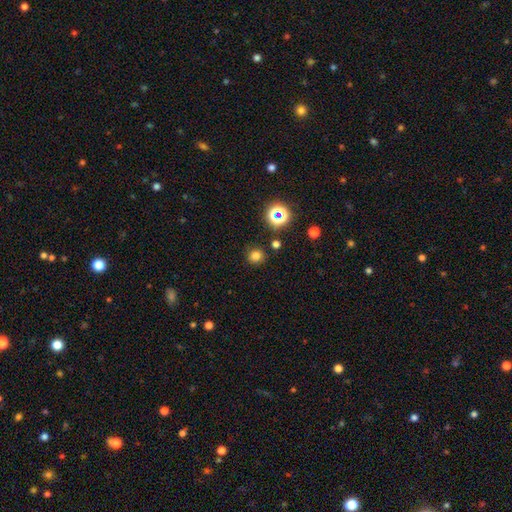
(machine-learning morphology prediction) Q: Smooth or featured?
A: smooth (75%); runner-up: star or artifact (20%)
Q: How rounded?
A: round (89%); runner-up: in between (10%)
Q: Merging?
A: none (86%); runner-up: minor disturbance (8%)